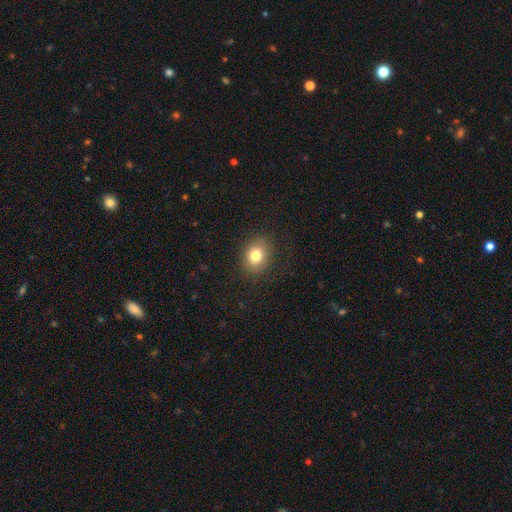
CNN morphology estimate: smooth_or_featured: smooth (p=0.79) [alt: star or artifact p=0.11]
how_rounded: round (p=0.51) [alt: in between p=0.48]
merging: none (p=0.86) [alt: minor disturbance p=0.10]